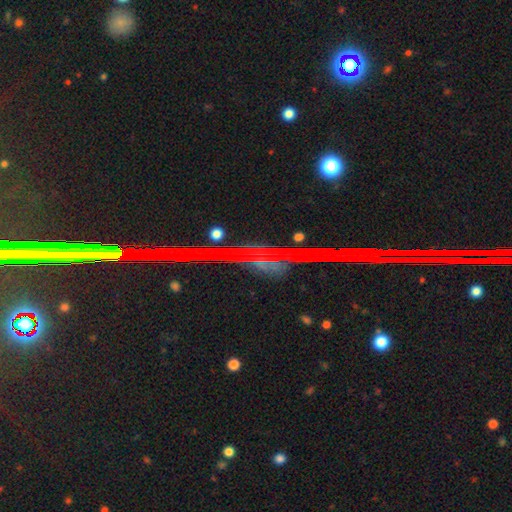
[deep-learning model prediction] Smooth or featured?
  - star or artifact: 74% *
  - featured or disk: 18%
  - smooth: 8%